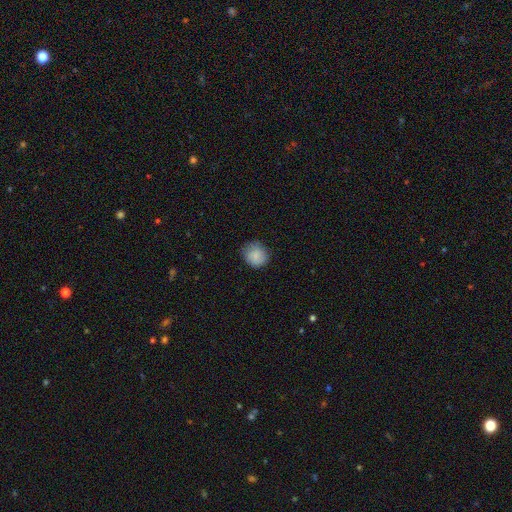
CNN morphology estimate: Smooth or featured? Predicted: smooth (p=0.84). How rounded? Predicted: round (p=0.84). Merging? Predicted: none (p=0.74).